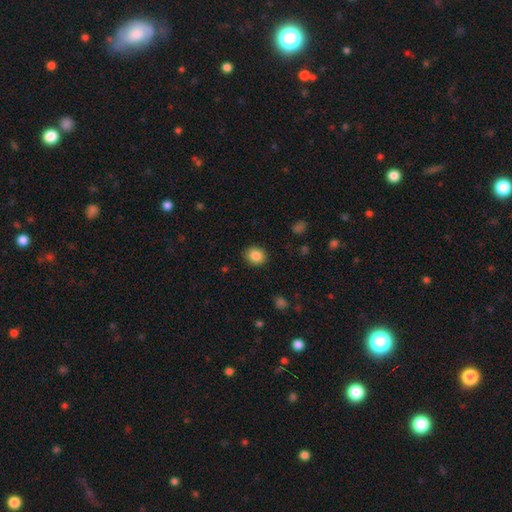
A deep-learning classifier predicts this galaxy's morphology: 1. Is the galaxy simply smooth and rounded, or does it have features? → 86% smooth, 9% star or artifact, 5% featured or disk.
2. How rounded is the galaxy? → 69% round, 30% in between, 1% cigar-shaped.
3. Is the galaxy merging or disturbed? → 89% none, 8% minor disturbance, 2% major disturbance, 1% merger.